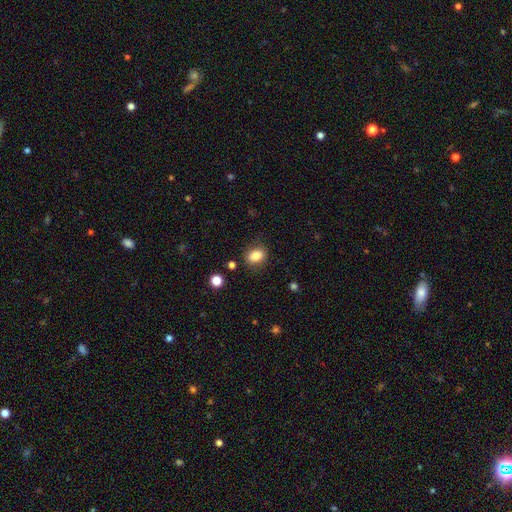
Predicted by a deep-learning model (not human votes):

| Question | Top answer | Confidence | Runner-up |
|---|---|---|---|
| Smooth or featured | smooth | 81% | star or artifact (10%) |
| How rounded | in between | 63% | round (36%) |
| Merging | none | 79% | minor disturbance (14%) |